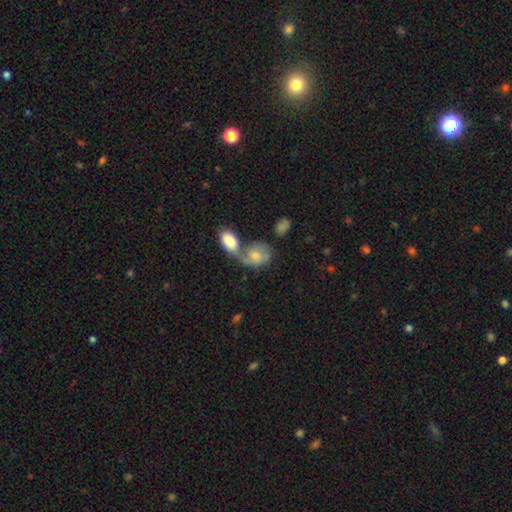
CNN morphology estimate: type=smooth (66%); roundness=in between (61%); merging=merger (58%).